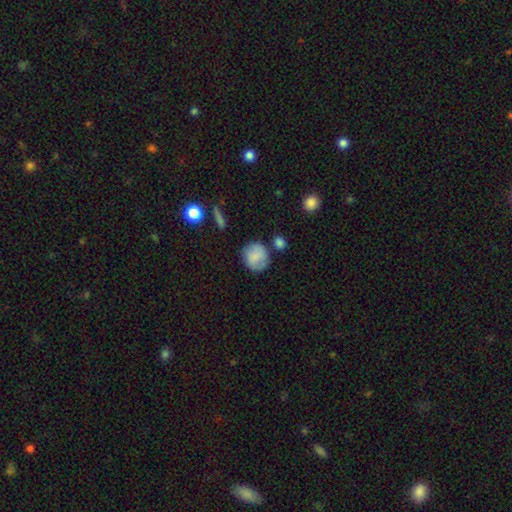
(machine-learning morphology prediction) The model was most divided on "merging": none: 71%, minor disturbance: 18%, merger: 6%, major disturbance: 5%. More confident: how rounded — round (84%); smooth or featured — smooth (80%).